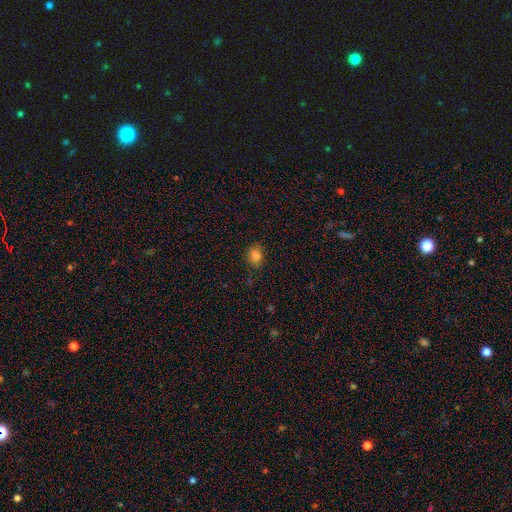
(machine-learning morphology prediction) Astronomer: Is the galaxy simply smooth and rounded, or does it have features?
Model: smooth — 81%.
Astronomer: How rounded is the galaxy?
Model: in between — 67%.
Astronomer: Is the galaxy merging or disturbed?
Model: none — 76%.